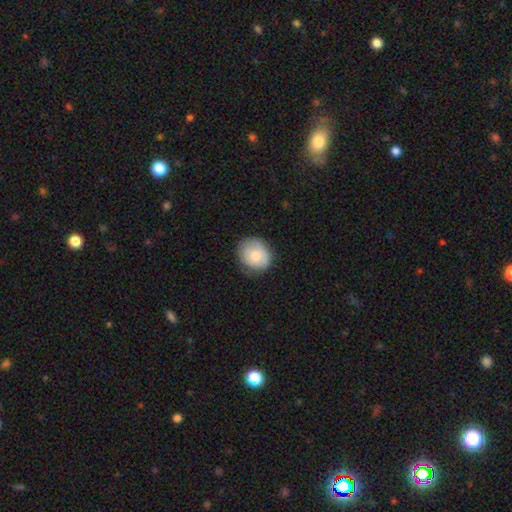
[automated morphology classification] Smooth or featured? smooth (75%)
How rounded? round (71%)
Merging? none (73%)